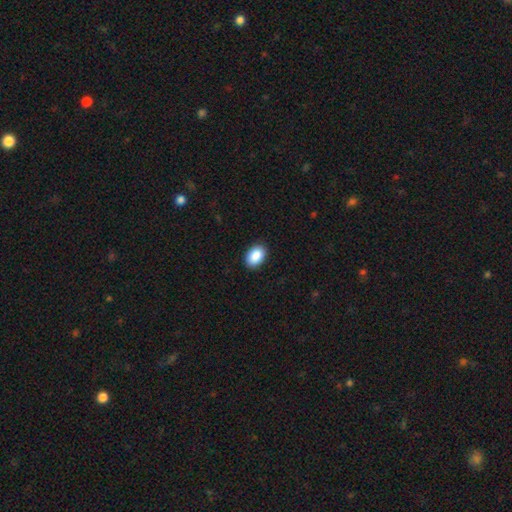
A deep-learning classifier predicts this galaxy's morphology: smooth-or-featured: smooth: 90% | star or artifact: 7% | featured or disk: 3%
  how-rounded: in between: 89% | round: 10% | cigar-shaped: 1%
  merging: none: 90% | minor disturbance: 8% | major disturbance: 2% | merger: 1%